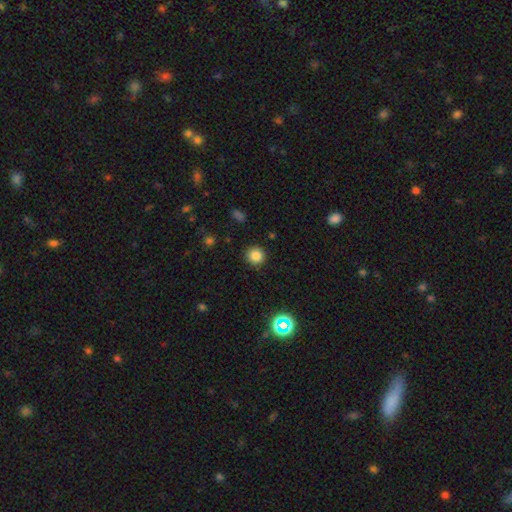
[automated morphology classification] Smooth or featured? Predicted: smooth (p=0.83). How rounded? Predicted: round (p=0.93). Merging? Predicted: none (p=0.91).